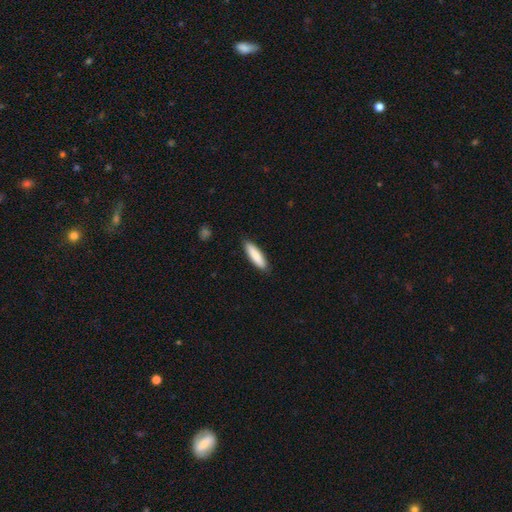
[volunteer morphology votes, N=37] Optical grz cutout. It shows a smooth galaxy with no disk features (92%) that is cigar-shaped (71%). Merging: none (91%).